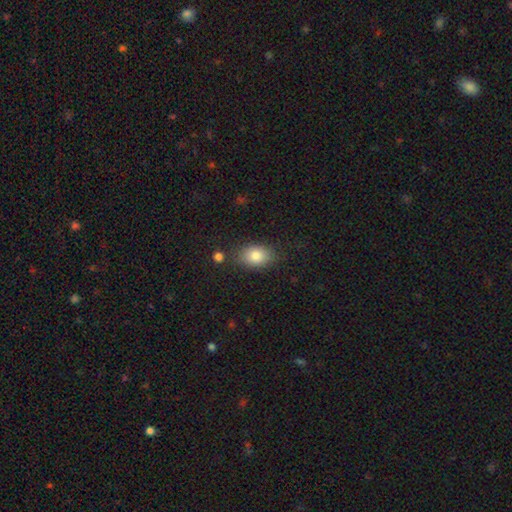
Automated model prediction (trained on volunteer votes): Morphology: type=smooth (83%); roundness=in between (81%); merging=none (78%).